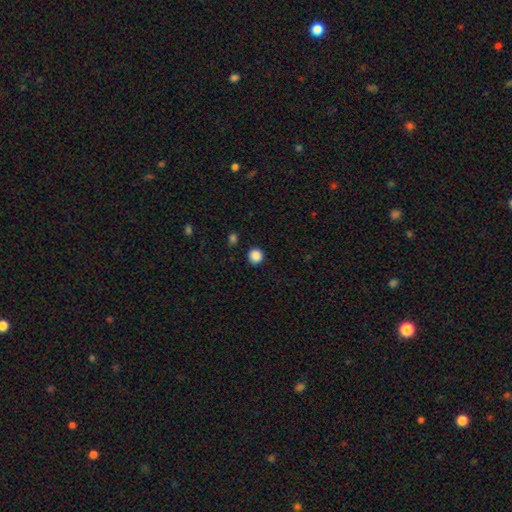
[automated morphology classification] smooth_or_featured: smooth (p=0.87) [alt: star or artifact p=0.10]
how_rounded: round (p=0.94) [alt: in between p=0.05]
merging: none (p=0.91) [alt: minor disturbance p=0.05]